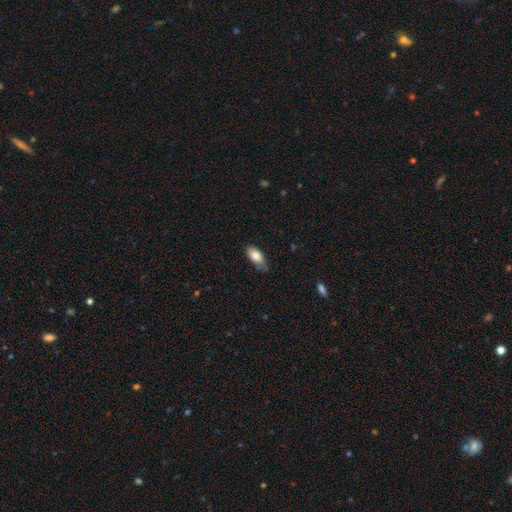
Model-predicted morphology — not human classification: This is clearly a smooth galaxy (82%). How rounded: clearly in between (91%). Merging: likely none (62%).